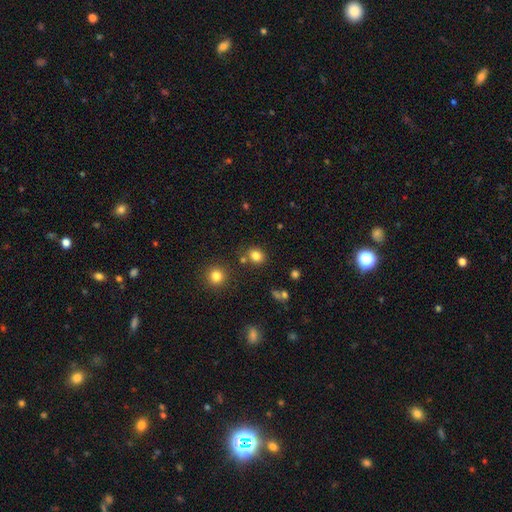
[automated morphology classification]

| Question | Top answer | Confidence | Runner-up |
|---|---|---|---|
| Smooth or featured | smooth | 81% | star or artifact (13%) |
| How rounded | round | 68% | in between (31%) |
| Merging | none | 78% | minor disturbance (10%) |